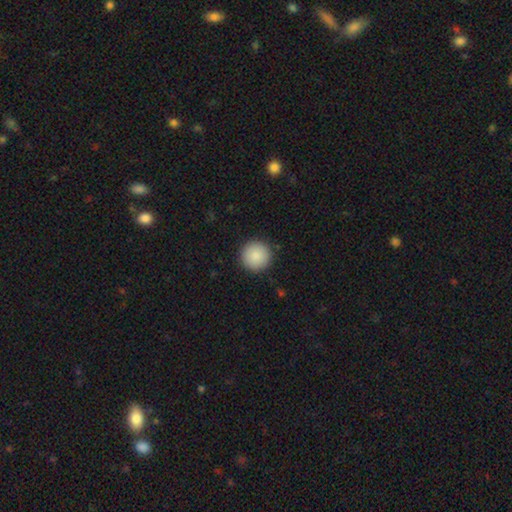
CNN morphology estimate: Smooth or featured? Predicted: smooth (p=0.89). How rounded? Predicted: round (p=0.96). Merging? Predicted: none (p=0.92).